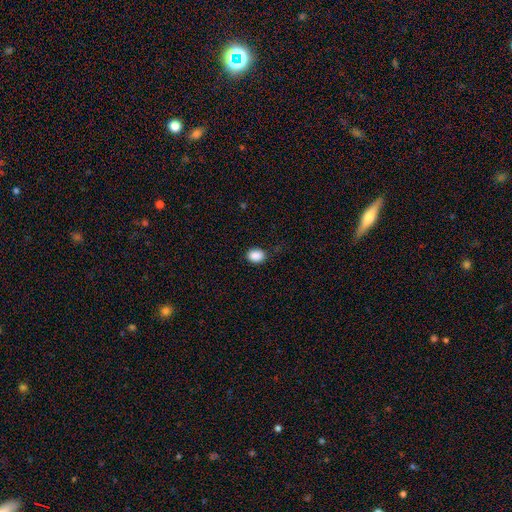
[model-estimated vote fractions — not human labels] smooth-or-featured: smooth: 89% | star or artifact: 8% | featured or disk: 3%
  how-rounded: in between: 57% | round: 42% | cigar-shaped: 1%
  merging: none: 85% | minor disturbance: 11% | major disturbance: 3% | merger: 1%